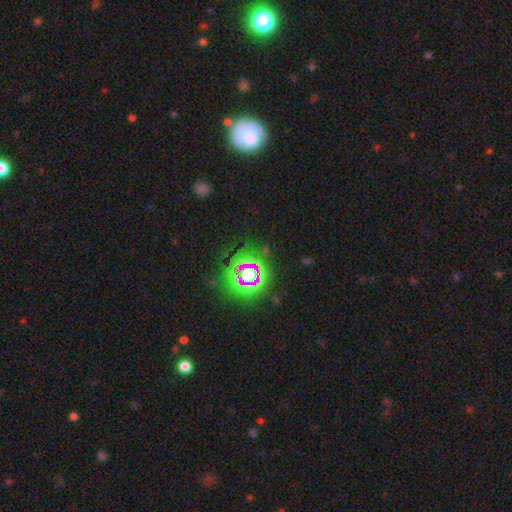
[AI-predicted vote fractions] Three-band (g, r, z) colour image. It shows a star or artifact, not a galaxy (67%).